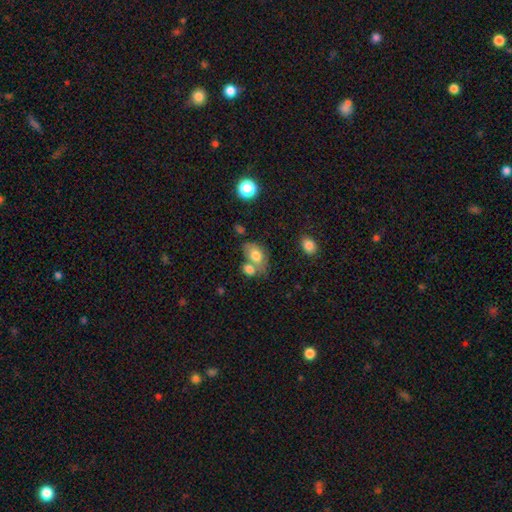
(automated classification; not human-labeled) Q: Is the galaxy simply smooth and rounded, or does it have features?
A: smooth — 73%.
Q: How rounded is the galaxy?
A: in between — 82%.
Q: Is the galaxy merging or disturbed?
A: merger — 43%.